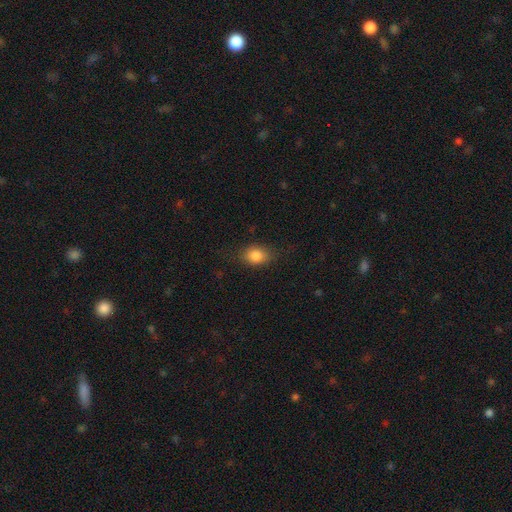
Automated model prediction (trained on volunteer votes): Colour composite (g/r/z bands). It shows a smooth galaxy with no disk features (84%) that is in between round and cigar-shaped (72%). Merging: none (79%).